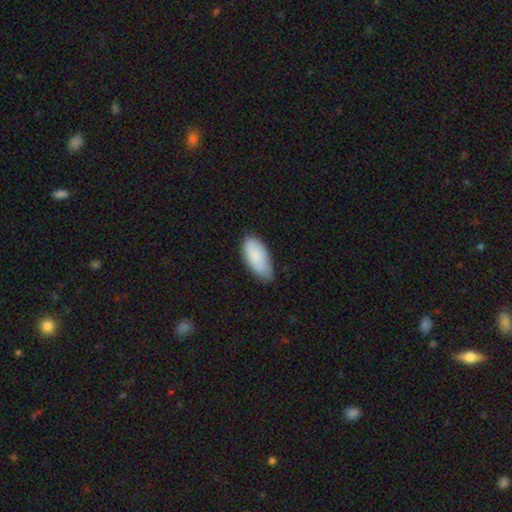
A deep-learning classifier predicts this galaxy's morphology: type=smooth (85%); roundness=in between (90%); merging=none (57%).